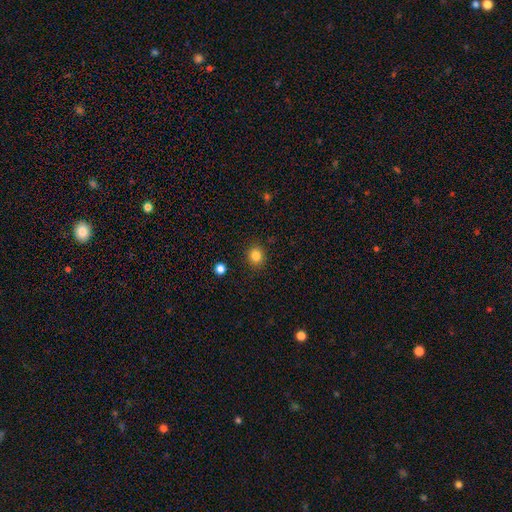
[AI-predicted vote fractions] smooth-or-featured: smooth: 84% | star or artifact: 12% | featured or disk: 5%
  how-rounded: round: 80% | in between: 19% | cigar-shaped: 1%
  merging: none: 89% | minor disturbance: 7% | major disturbance: 2% | merger: 1%